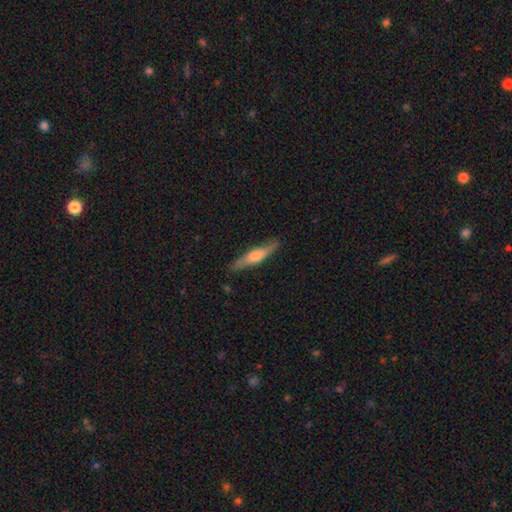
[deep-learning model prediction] featured or disk 52%, smooth 43%, star or artifact 5%. Down the decision tree: edge-on disk — yes (93%); merging — none (86%).